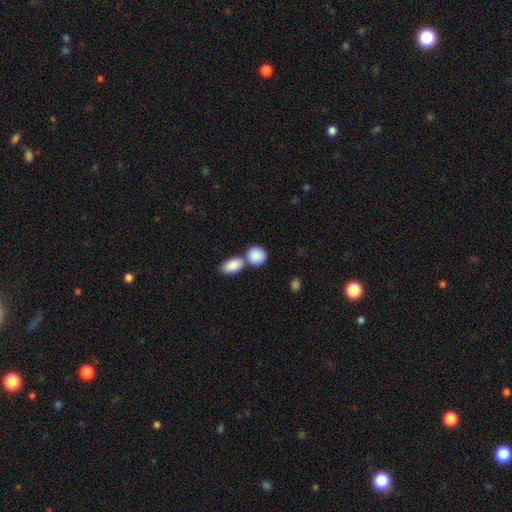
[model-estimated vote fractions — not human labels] This is clearly a smooth galaxy (89%). How rounded: possibly round (58%). Merging: marginally none (45%).